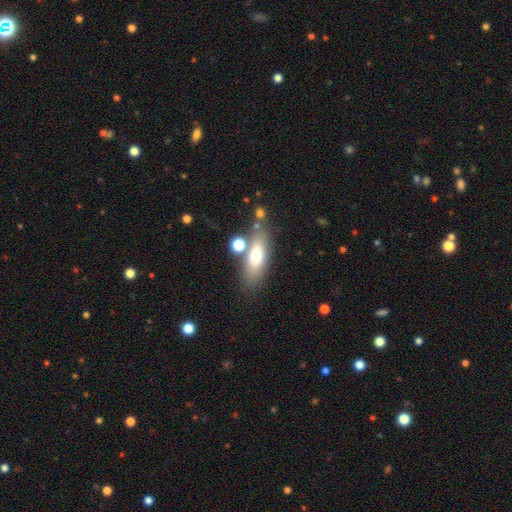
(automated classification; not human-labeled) The model was most divided on "how rounded": in between: 63%, cigar-shaped: 32%, round: 5%. More confident: merging — none (68%); smooth or featured — smooth (67%).